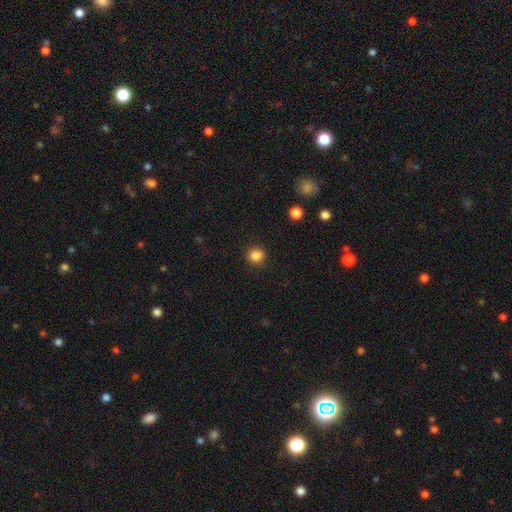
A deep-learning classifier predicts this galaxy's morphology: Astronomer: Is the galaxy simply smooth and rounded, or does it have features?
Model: smooth — 85%.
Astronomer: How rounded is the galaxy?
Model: round — 87%.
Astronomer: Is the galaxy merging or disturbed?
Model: none — 89%.